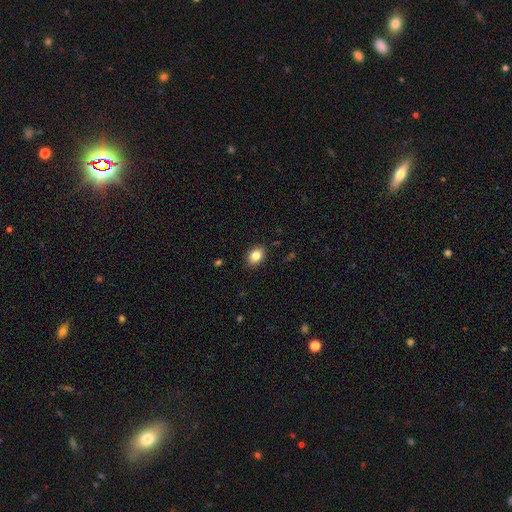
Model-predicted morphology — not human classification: A smooth galaxy with no disk features (84%) that is in between round and cigar-shaped (69%). Merging: none (89%).